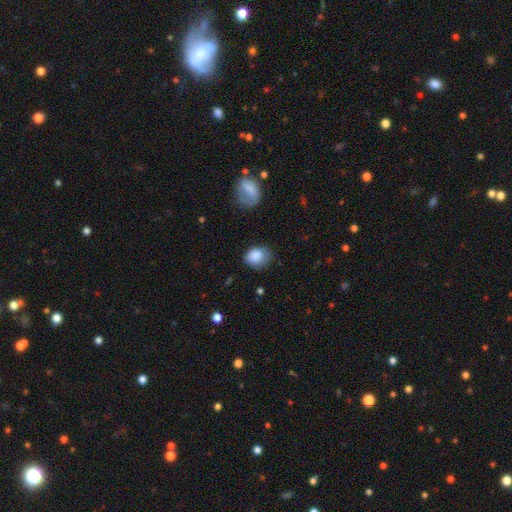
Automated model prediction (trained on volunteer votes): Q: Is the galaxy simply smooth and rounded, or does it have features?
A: smooth — 85%.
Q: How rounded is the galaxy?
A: in between — 54%.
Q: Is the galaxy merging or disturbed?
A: none — 60%.